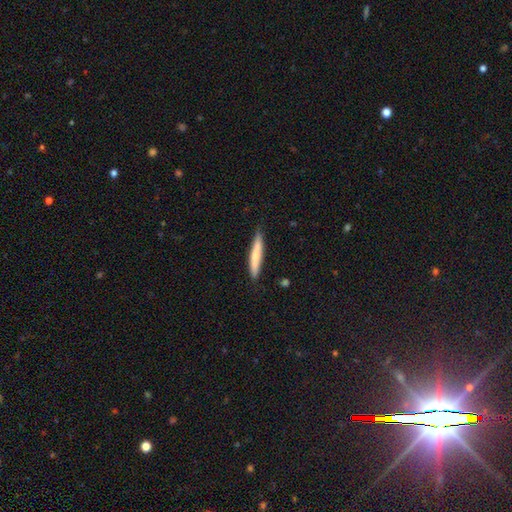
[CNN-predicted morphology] Smooth or featured? smooth (68%)
How rounded? cigar-shaped (93%)
Merging? none (83%)